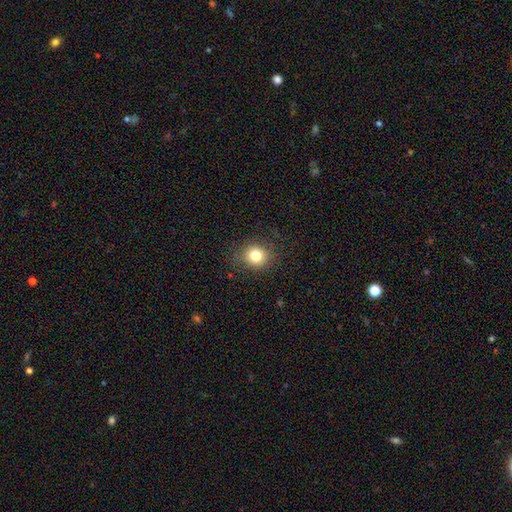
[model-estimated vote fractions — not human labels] Overall: smooth (81%). How rounded: round (82%). Merging: none (86%).